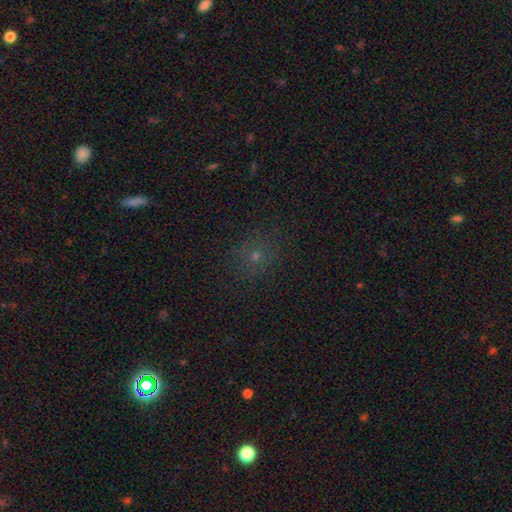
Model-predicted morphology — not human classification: A smooth galaxy with no disk features (57%) that is round (86%). Merging: none (85%).